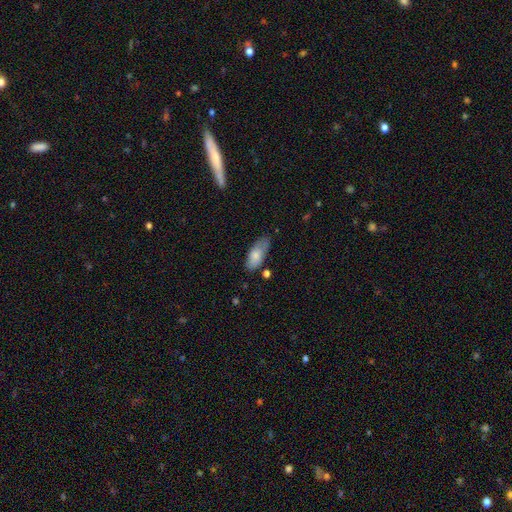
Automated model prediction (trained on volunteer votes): Morphology: type=smooth (76%); roundness=in between (85%); merging=none (57%).